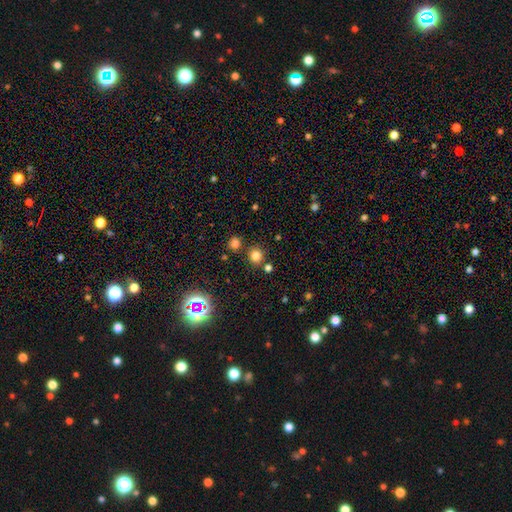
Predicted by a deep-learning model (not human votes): Morphology: type=smooth (77%); roundness=round (90%); merging=none (81%).